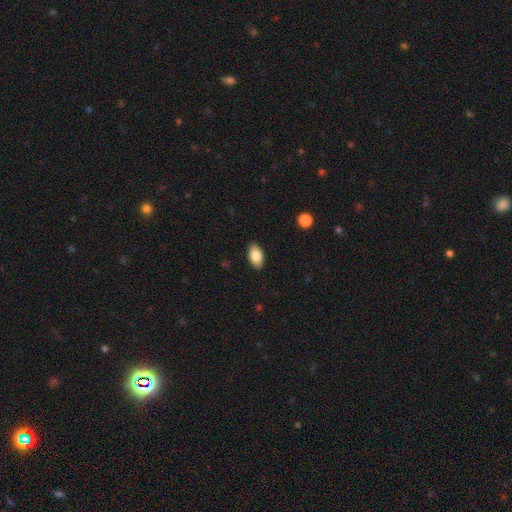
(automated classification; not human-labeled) Smooth or featured?
  - smooth: 84% *
  - featured or disk: 9%
  - star or artifact: 7%
How rounded?
  - in between: 93% *
  - round: 4%
  - cigar-shaped: 3%
Merging?
  - none: 88% *
  - minor disturbance: 9%
  - major disturbance: 2%
  - merger: 1%